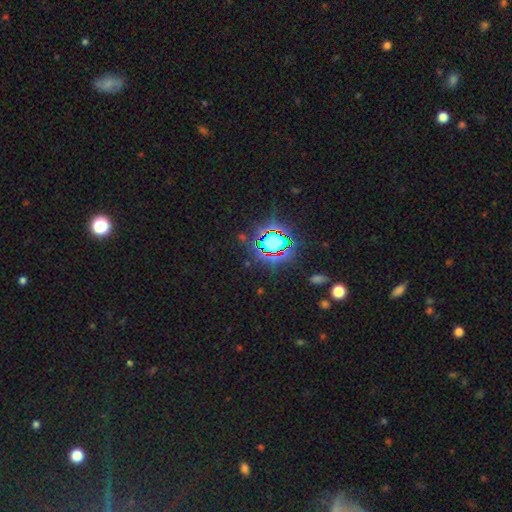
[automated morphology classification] Smooth or featured?
  - star or artifact: 82% *
  - smooth: 11%
  - featured or disk: 7%